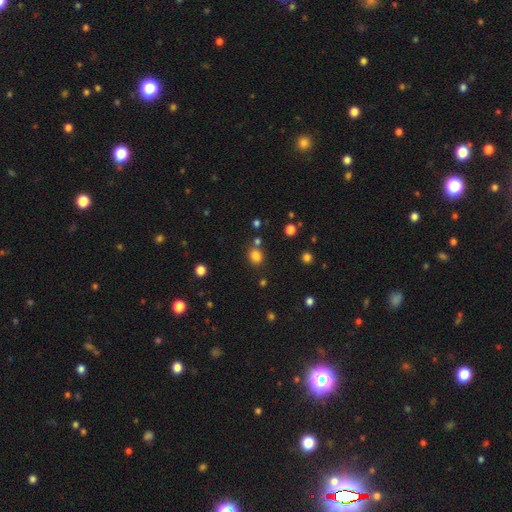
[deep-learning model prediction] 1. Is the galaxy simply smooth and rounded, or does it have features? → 80% smooth, 15% star or artifact, 5% featured or disk.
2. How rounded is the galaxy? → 68% round, 31% in between, 1% cigar-shaped.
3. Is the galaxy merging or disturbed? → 73% none, 13% merger, 10% minor disturbance, 4% major disturbance.